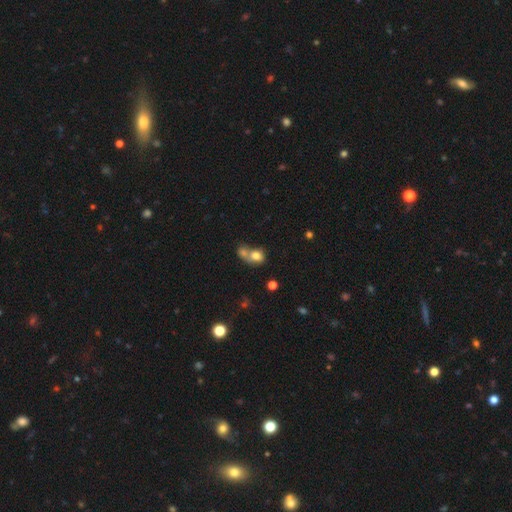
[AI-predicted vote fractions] Smooth or featured: smooth — 76% (featured or disk — 14%)
How rounded: round — 61% (in between — 38%)
Merging: merger — 63% (none — 25%)